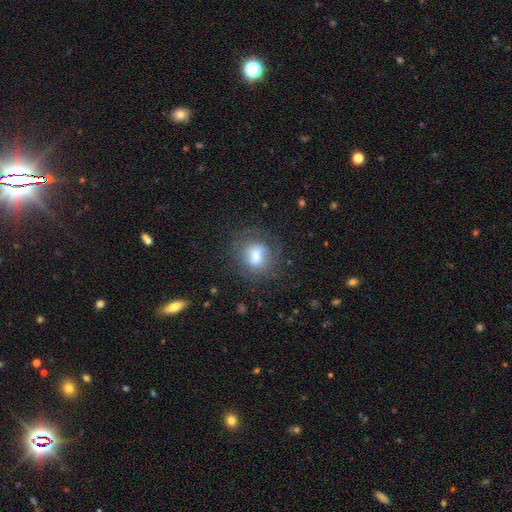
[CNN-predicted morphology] smooth_or_featured: smooth (p=0.55) [alt: featured or disk p=0.33]
how_rounded: round (p=0.71) [alt: in between p=0.27]
merging: none (p=0.62) [alt: minor disturbance p=0.20]